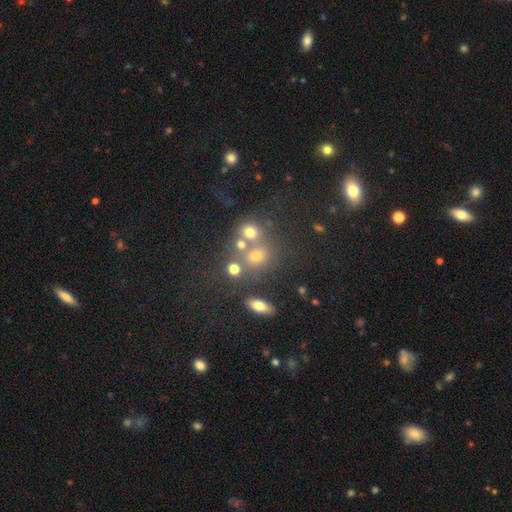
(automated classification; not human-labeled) Smooth or featured: smooth — 58% (star or artifact — 23%)
How rounded: round — 70% (in between — 27%)
Merging: none — 46% (merger — 35%)